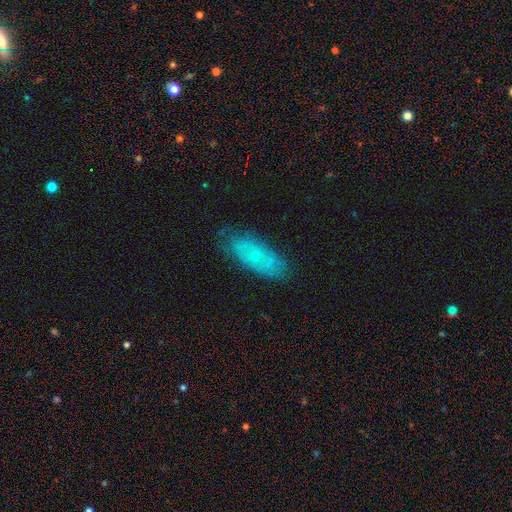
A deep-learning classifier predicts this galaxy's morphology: Smooth or featured? featured or disk (52%)
Edge-on disk? no (82%)
Merging? none (77%)